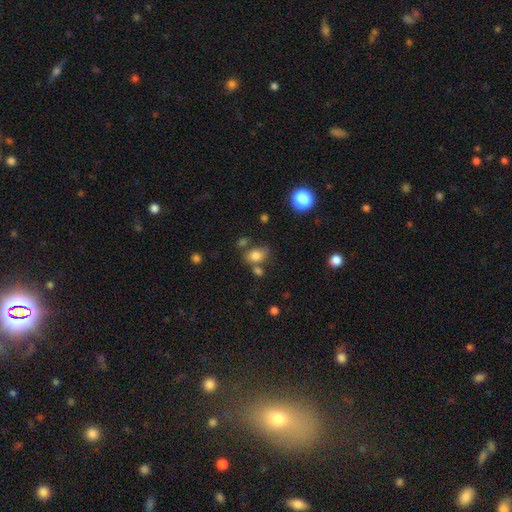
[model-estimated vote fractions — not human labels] Smooth or featured? smooth (79%)
How rounded? in between (72%)
Merging? none (60%)